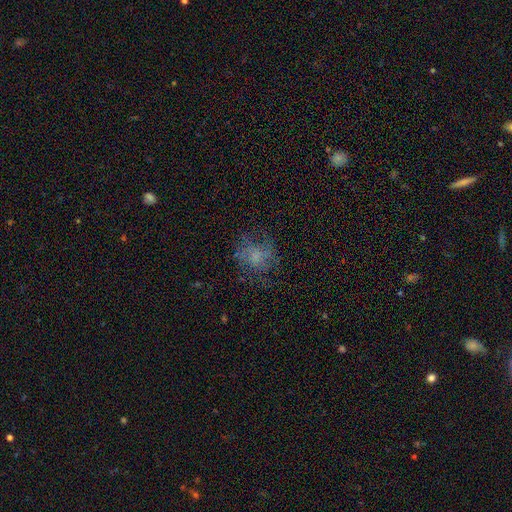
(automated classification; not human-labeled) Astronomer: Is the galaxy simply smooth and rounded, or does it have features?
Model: smooth — 48% (runner-up: featured or disk, 35%).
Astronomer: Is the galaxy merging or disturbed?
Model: none — 59%.